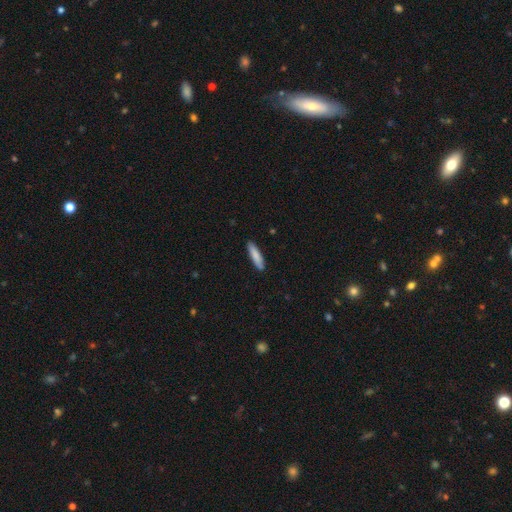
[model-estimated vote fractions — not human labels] smooth-or-featured: smooth: 85% | featured or disk: 10% | star or artifact: 5%
  how-rounded: cigar-shaped: 77% | in between: 22% | round: 1%
  merging: none: 89% | minor disturbance: 9% | major disturbance: 2% | merger: 1%